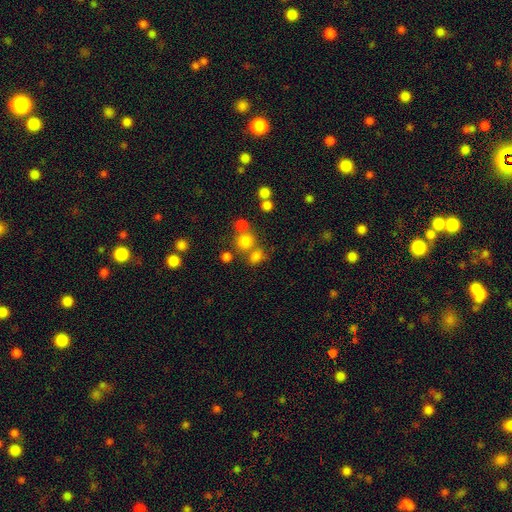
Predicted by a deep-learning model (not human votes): The model was most divided on "merging": none: 56%, merger: 27%, minor disturbance: 11%, major disturbance: 6%. More confident: smooth or featured — smooth (72%); how rounded — round (65%).